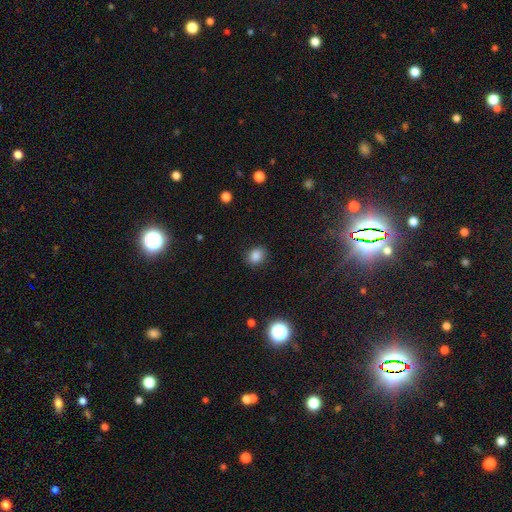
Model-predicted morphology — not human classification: type=smooth (84%); roundness=round (61%); merging=none (88%).